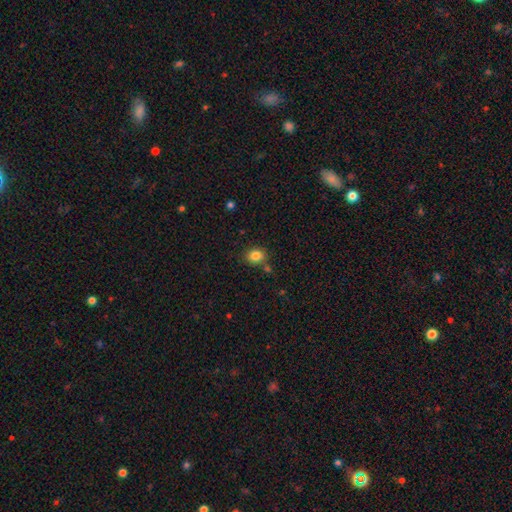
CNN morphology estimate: Q: Smooth or featured?
A: smooth (84%); runner-up: star or artifact (11%)
Q: How rounded?
A: round (66%); runner-up: in between (33%)
Q: Merging?
A: none (77%); runner-up: minor disturbance (11%)